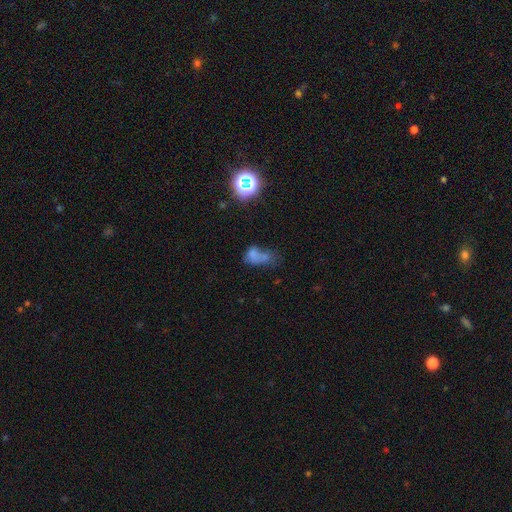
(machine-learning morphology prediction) This appears to be a smooth galaxy with no disk features (61%) that is in between round and cigar-shaped (76%). Merging: merger (41%).